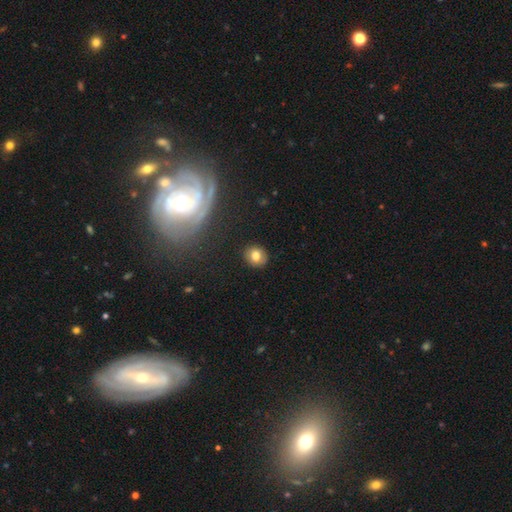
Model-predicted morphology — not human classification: This appears to be a smooth galaxy with no disk features (77%) that is round (77%). Merging: none (88%).